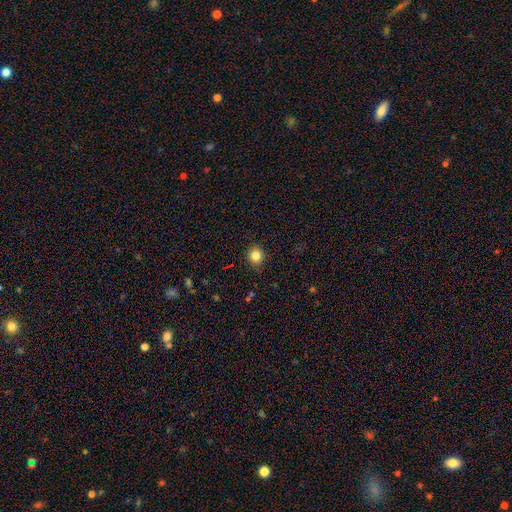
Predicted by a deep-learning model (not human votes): A smooth galaxy with no disk features (83%) that is round (83%). Merging: none (85%).